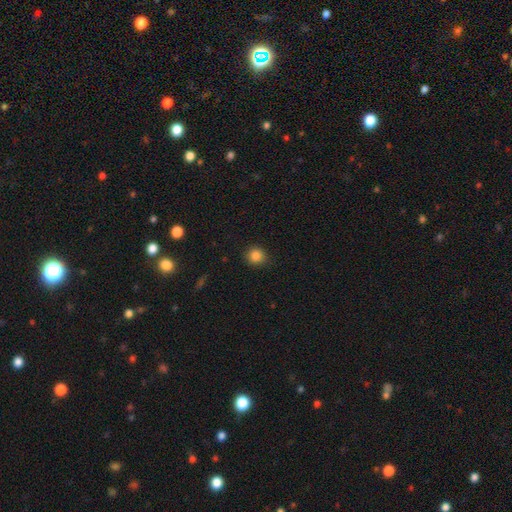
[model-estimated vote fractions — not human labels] Q: Smooth or featured?
A: smooth (85%); runner-up: star or artifact (11%)
Q: How rounded?
A: round (89%); runner-up: in between (10%)
Q: Merging?
A: none (85%); runner-up: minor disturbance (11%)